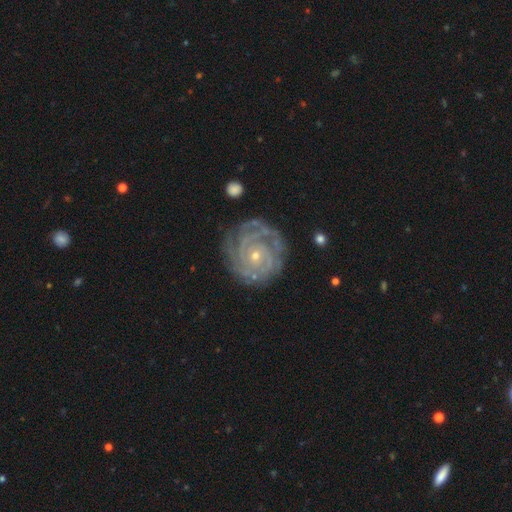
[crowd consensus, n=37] Morphology: type=featured or disk (92%); edge-on=no (97%); bar=no (82%); spiral arms=yes (100%); winding=tight (91%); arm count=can't tell (30%); bulge=small (82%); merging=none (81%).